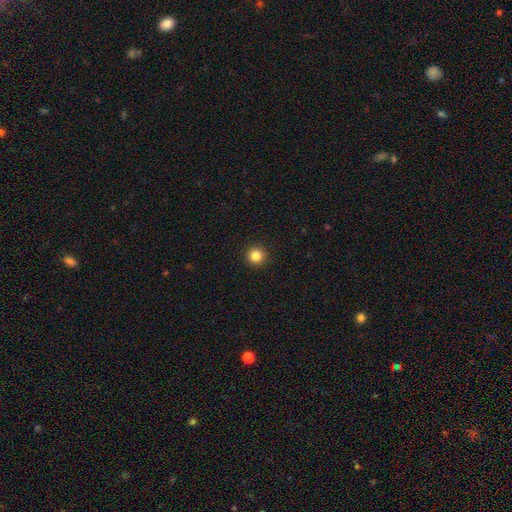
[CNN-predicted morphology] Overall: smooth (85%). How rounded: round (96%). Merging: none (93%).